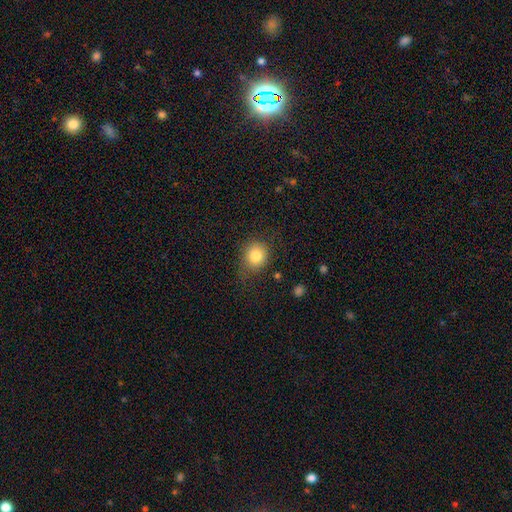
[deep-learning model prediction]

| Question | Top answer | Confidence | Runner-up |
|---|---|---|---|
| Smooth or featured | smooth | 80% | star or artifact (10%) |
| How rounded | round | 76% | in between (23%) |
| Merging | none | 70% | minor disturbance (20%) |